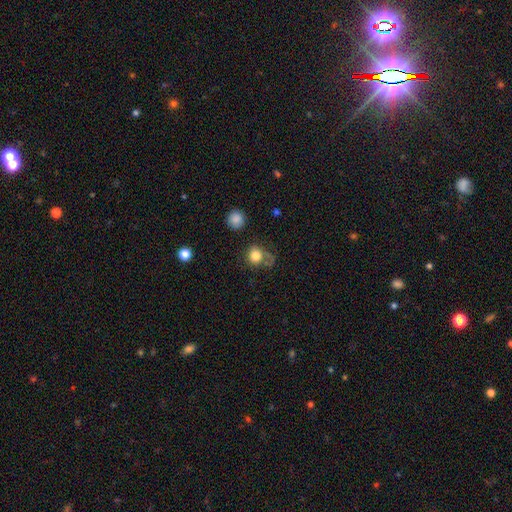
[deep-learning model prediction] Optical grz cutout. It shows a smooth galaxy with no disk features (78%) that is round (79%). Merging: none (45%).